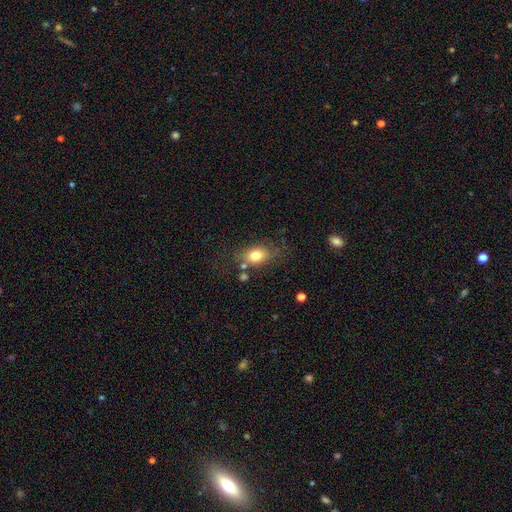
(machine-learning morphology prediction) Smooth or featured: smooth — 76% (featured or disk — 15%)
How rounded: in between — 76% (round — 21%)
Merging: none — 65% (minor disturbance — 20%)